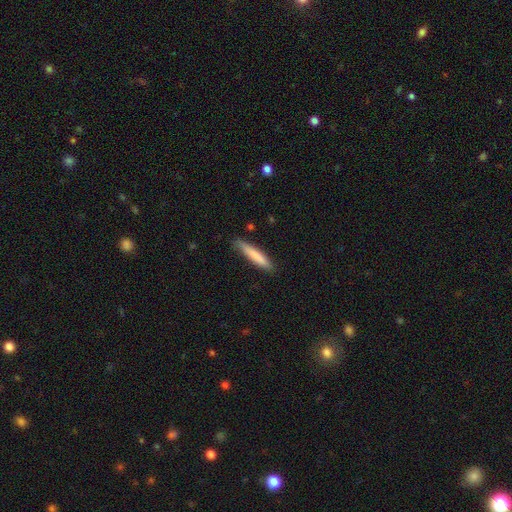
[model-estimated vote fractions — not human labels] The model was most divided on "smooth or featured": smooth: 78%, featured or disk: 17%, star or artifact: 6%. More confident: how rounded — cigar-shaped (91%); merging — none (83%).